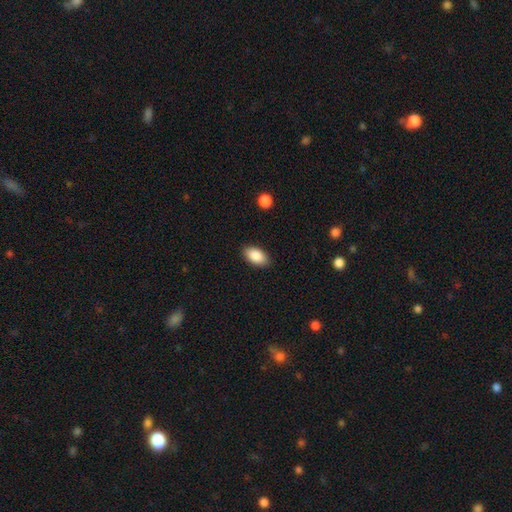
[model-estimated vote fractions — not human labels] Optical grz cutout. It shows a smooth galaxy with no disk features (88%) that is in between round and cigar-shaped (94%). Merging: none (88%).